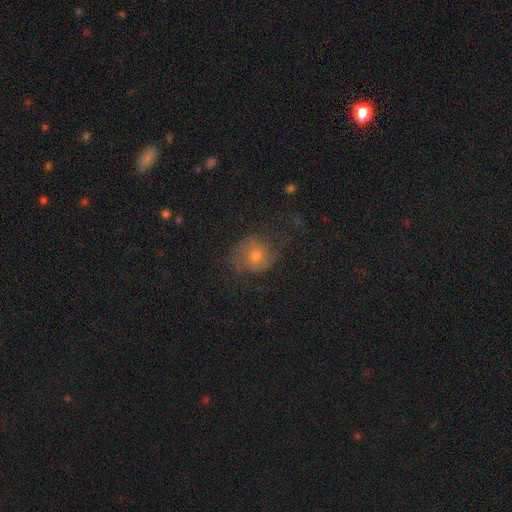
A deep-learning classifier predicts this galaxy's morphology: smooth_or_featured: featured or disk (p=0.60) [alt: smooth p=0.27]
disk_edge_on: no (p=0.97) [alt: yes p=0.03]
bar: no (p=0.74) [alt: weak p=0.21]
has_spiral_arms: yes (p=0.86) [alt: no p=0.14]
bulge_size: moderate (p=0.58) [alt: small p=0.36]
merging: none (p=0.65) [alt: minor disturbance p=0.19]